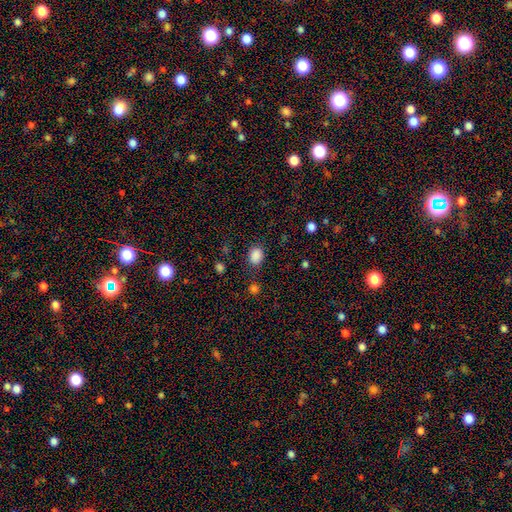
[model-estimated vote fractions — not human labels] Smooth or featured: smooth — 85% (star or artifact — 11%)
How rounded: in between — 59% (round — 40%)
Merging: none — 79% (minor disturbance — 14%)